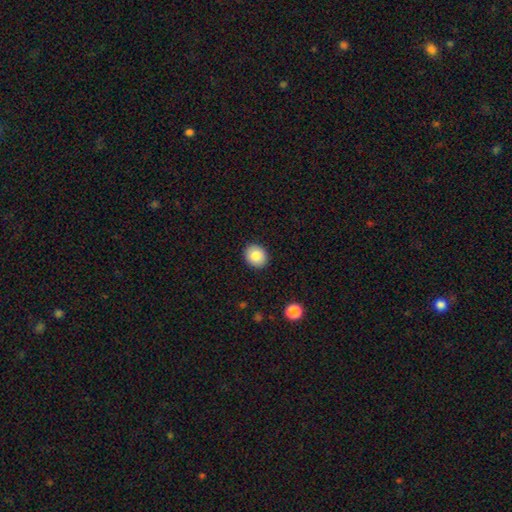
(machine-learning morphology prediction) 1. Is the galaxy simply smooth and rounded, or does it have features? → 84% smooth, 8% star or artifact, 7% featured or disk.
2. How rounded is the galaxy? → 65% round, 34% in between, 1% cigar-shaped.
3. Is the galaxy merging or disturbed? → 91% none, 6% minor disturbance, 2% major disturbance, 1% merger.